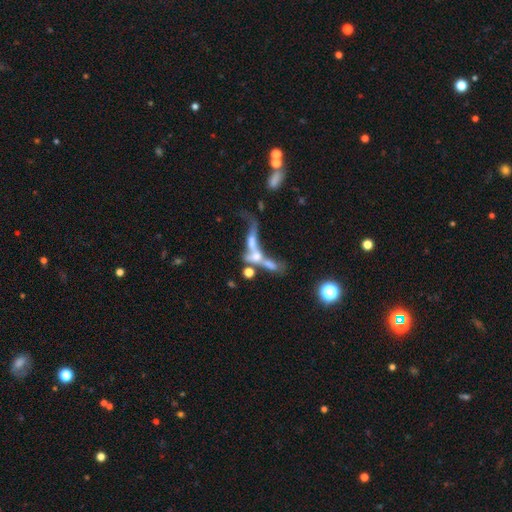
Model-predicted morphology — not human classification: Smooth or featured? Predicted: featured or disk (p=0.51). Edge-on disk? Predicted: no (p=0.78). Merging? Predicted: merger (p=0.66).